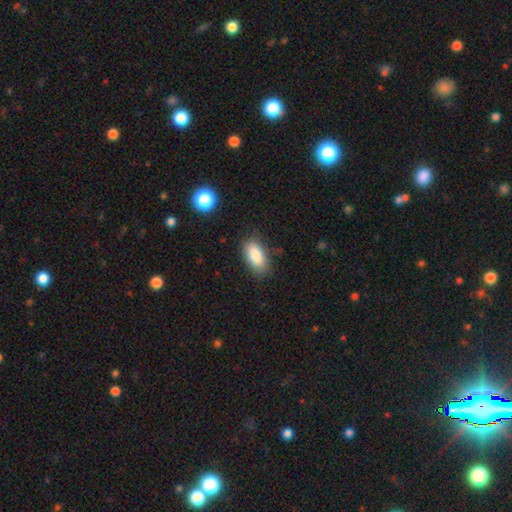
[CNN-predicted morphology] A smooth galaxy with no disk features (86%) that is in between round and cigar-shaped (90%).

Vote fractions:
- Smooth or featured? smooth: 86% / star or artifact: 8% / featured or disk: 7%
- How rounded? in between: 90% / cigar-shaped: 7% / round: 3%
- Merging? none: 81% / minor disturbance: 14% / major disturbance: 3% / merger: 1%